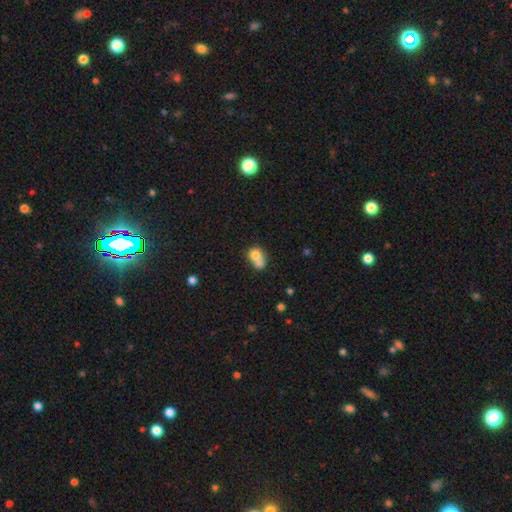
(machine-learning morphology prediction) This is likely a smooth galaxy (72%). How rounded: possibly round (55%). Merging: likely merger (64%).